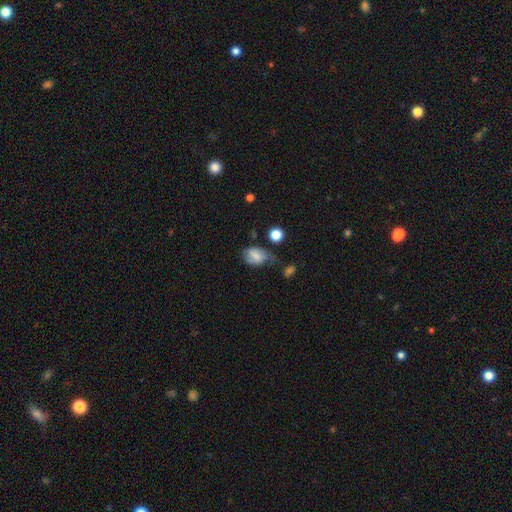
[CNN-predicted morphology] Overall: smooth (61%; featured or disk 29%). How rounded: in between (82%). Merging: none (42%; minor disturbance 35%).